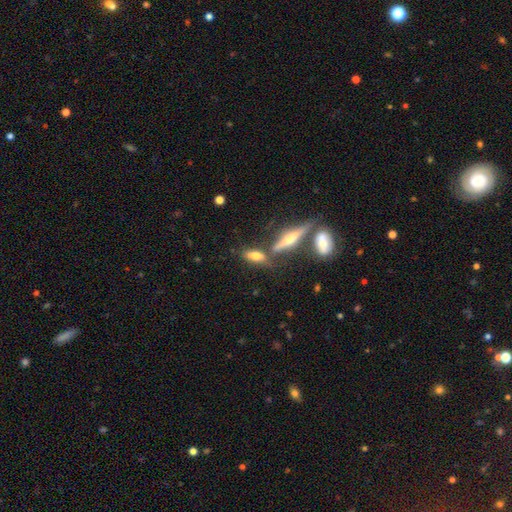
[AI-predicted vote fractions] Morphology: type=smooth (61%); roundness=in between (64%); merging=none (60%).